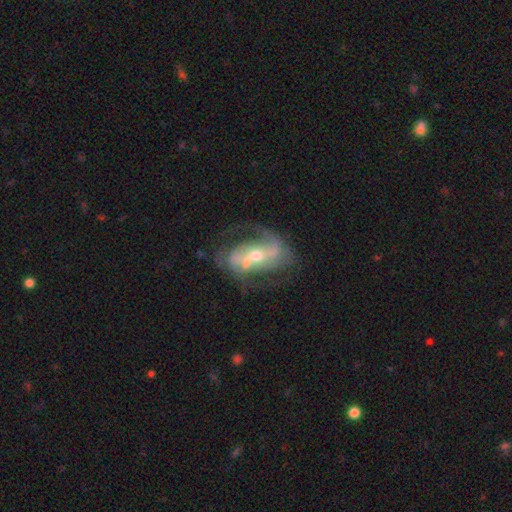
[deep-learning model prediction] This appears to be a featured or disk galaxy (84%) with a strong bar (44%), 2 (71%) medium (42%) spiral arms (89%) and a moderate central bulge (57%). Merging: none (52%).